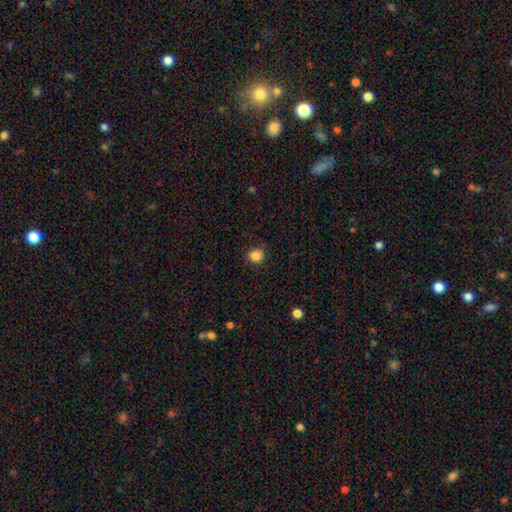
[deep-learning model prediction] A smooth galaxy with no disk features (85%) that is round (74%).

Vote fractions:
- Smooth or featured? smooth: 85% / star or artifact: 11% / featured or disk: 4%
- How rounded? round: 74% / in between: 25% / cigar-shaped: 1%
- Merging? none: 79% / minor disturbance: 16% / major disturbance: 4% / merger: 1%